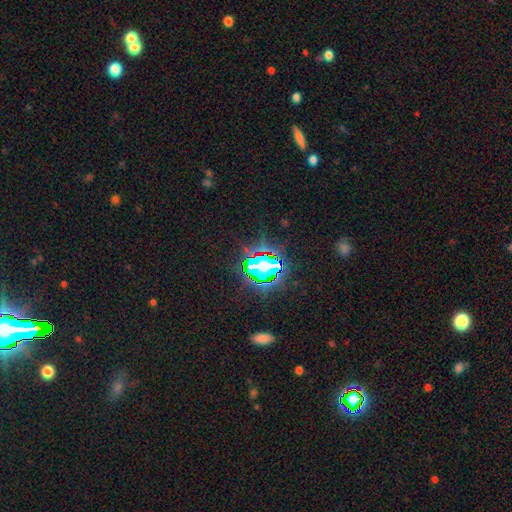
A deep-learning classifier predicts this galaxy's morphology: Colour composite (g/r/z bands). It shows a star or artifact, not a galaxy (75%).